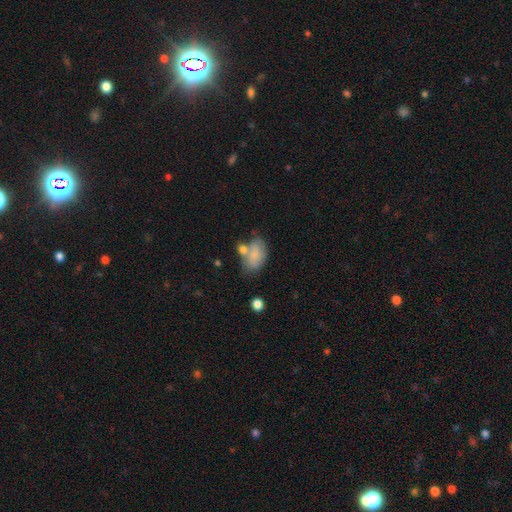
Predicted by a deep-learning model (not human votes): smooth-or-featured: smooth: 75% | featured or disk: 17% | star or artifact: 8%
  how-rounded: in between: 88% | round: 11% | cigar-shaped: 2%
  merging: none: 39% | merger: 27% | minor disturbance: 23% | major disturbance: 11%